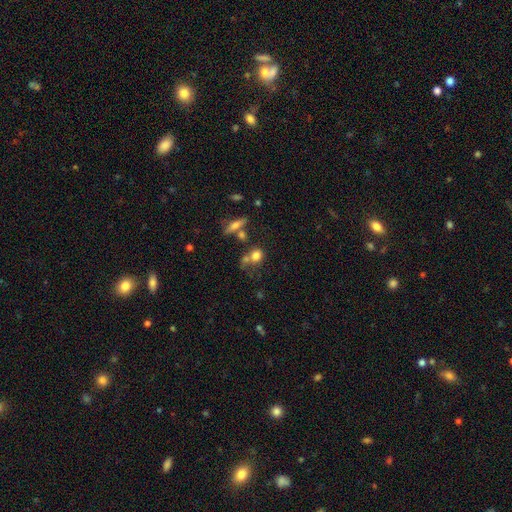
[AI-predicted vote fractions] This is likely a smooth galaxy (74%). How rounded: likely round (65%). Merging: marginally none (44%).